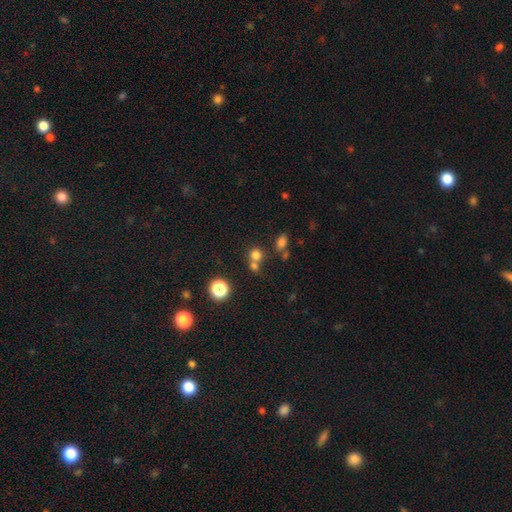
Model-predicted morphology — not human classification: This appears to be a smooth galaxy with no disk features (71%) that is round (81%). Merging: none (50%).